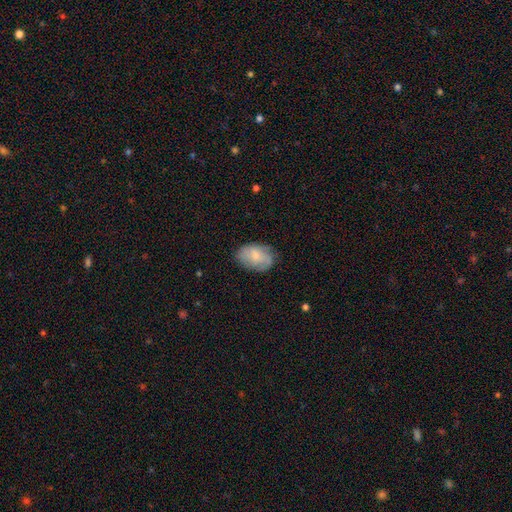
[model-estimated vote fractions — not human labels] smooth 64%, featured or disk 29%, star or artifact 7%. Down the decision tree: how rounded — in between (84%); merging — none (70%).